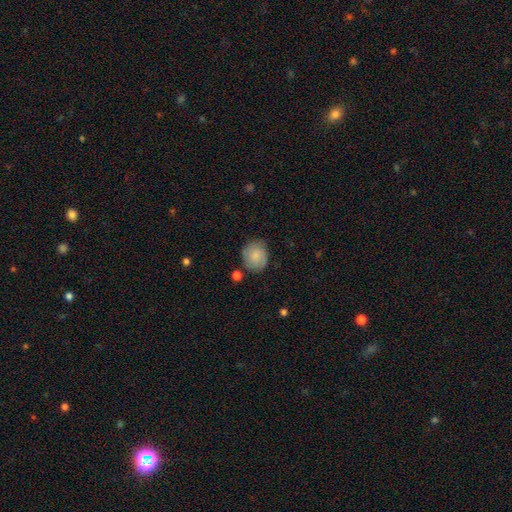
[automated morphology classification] A smooth galaxy with no disk features (78%) that is round (74%). Merging: none (73%).